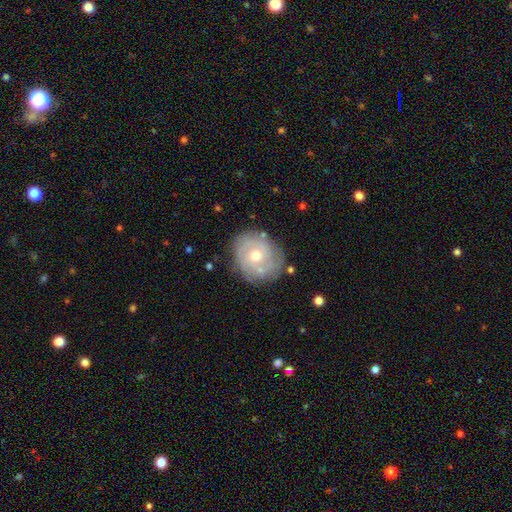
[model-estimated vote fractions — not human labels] A featured or disk galaxy (62%) with no bar (80%), spiral arms (73%) and a moderate central bulge (61%). Merging: none (74%).